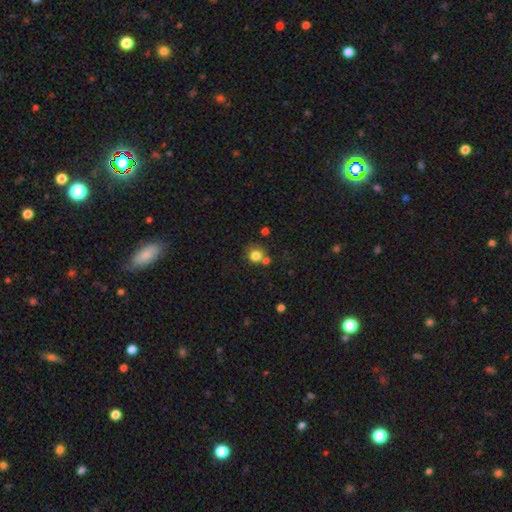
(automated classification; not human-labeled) Morphology: type=smooth (81%); roundness=round (89%); merging=none (61%).